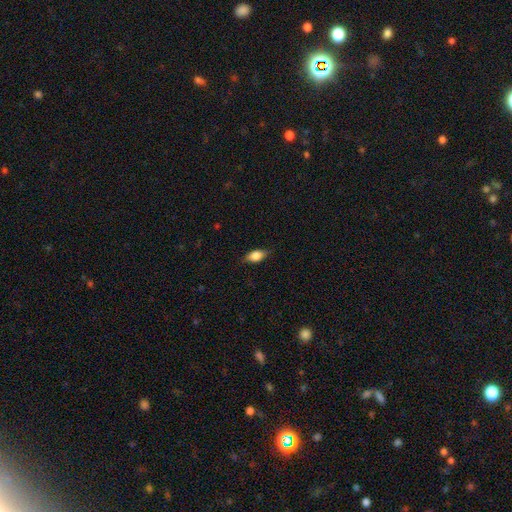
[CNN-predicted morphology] This is likely a smooth galaxy (78%). How rounded: clearly in between (85%). Merging: likely none (79%).